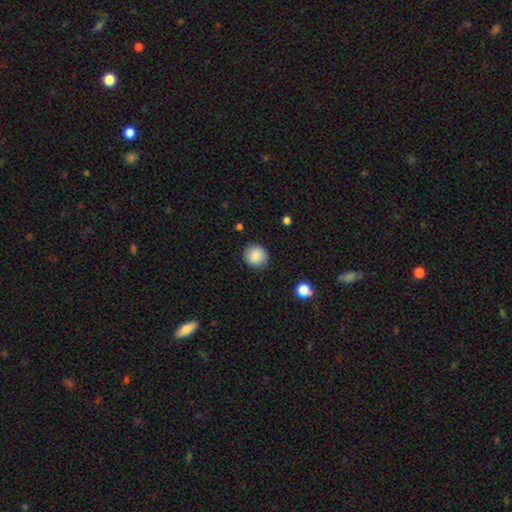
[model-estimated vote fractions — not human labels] This is clearly a smooth galaxy (87%). How rounded: clearly round (92%). Merging: clearly none (87%).